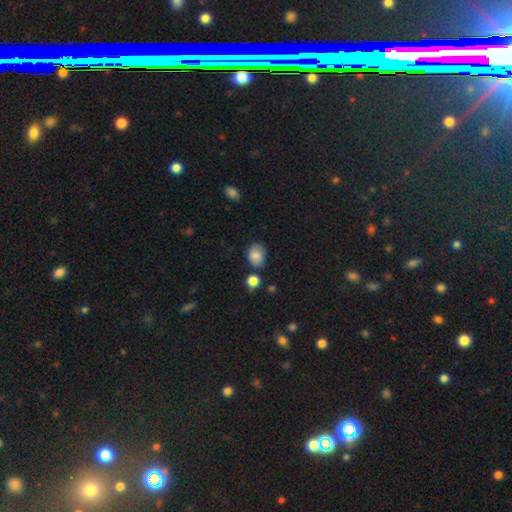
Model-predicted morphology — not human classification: smooth-or-featured: smooth: 79% | featured or disk: 12% | star or artifact: 9%
  how-rounded: in between: 53% | round: 46% | cigar-shaped: 1%
  merging: none: 69% | minor disturbance: 21% | merger: 5% | major disturbance: 5%